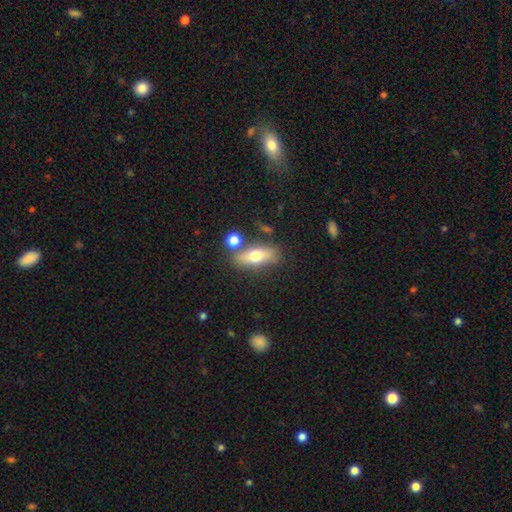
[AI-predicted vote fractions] Smooth or featured? smooth (59%)
How rounded? in between (65%)
Merging? none (71%)